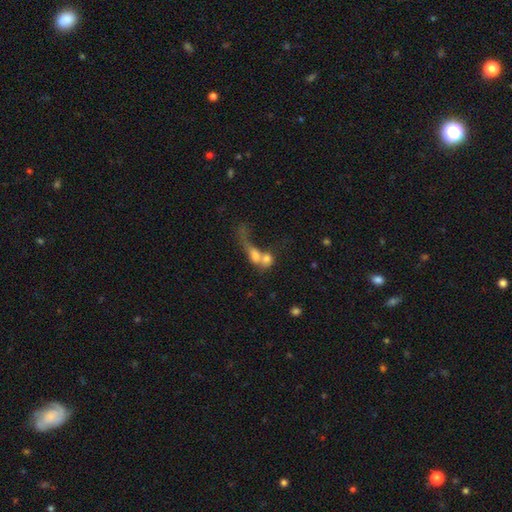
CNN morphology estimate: A smooth galaxy with no disk features (58%) that is in between round and cigar-shaped (47%). Merging: merger (64%).